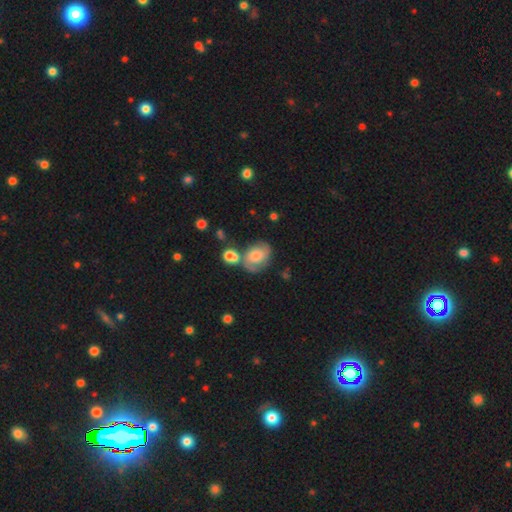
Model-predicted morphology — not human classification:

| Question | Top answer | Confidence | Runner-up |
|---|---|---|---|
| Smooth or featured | featured or disk | 49% | smooth (42%) |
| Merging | none | 51% | minor disturbance (20%) |